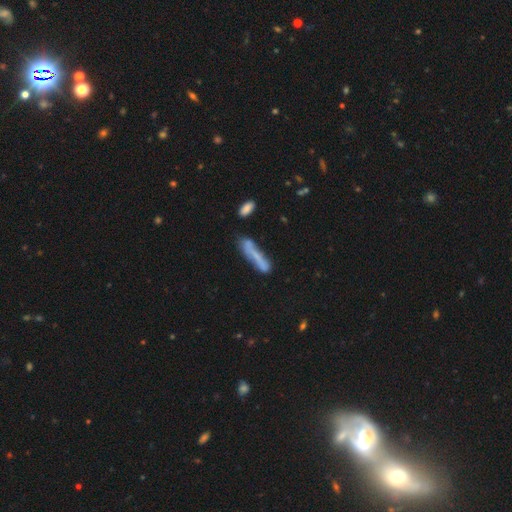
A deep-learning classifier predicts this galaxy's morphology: Smooth or featured? smooth (60%)
How rounded? cigar-shaped (89%)
Merging? none (57%)